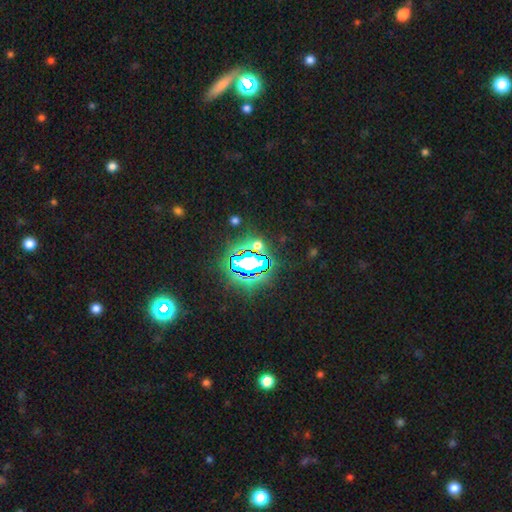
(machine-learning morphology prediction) Q: Smooth or featured?
A: star or artifact (77%); runner-up: smooth (13%)